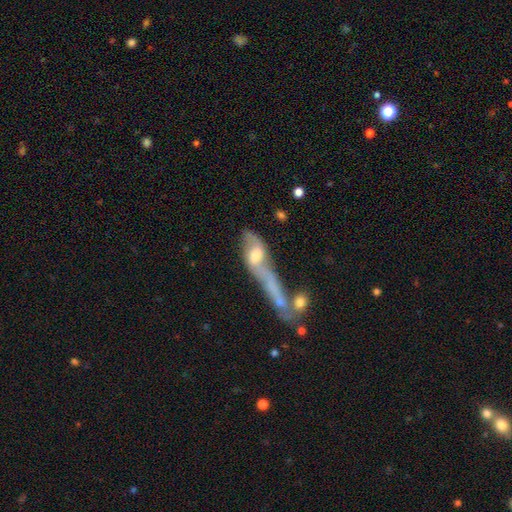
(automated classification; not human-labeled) featured or disk 57%, smooth 27%, star or artifact 15%. Down the decision tree: edge-on disk — no (54%); merging — merger (43%).